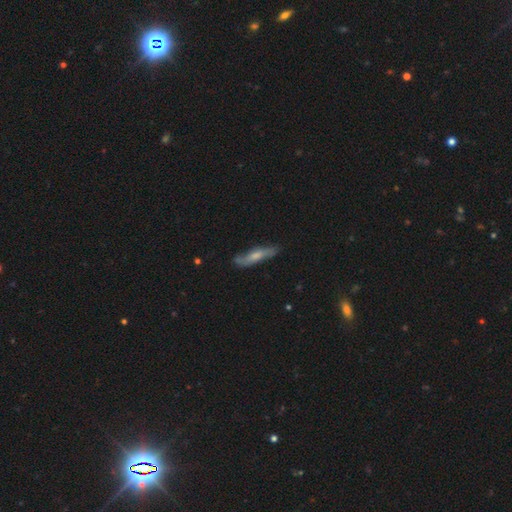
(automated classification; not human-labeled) smooth-or-featured: featured or disk: 48% | smooth: 46% | star or artifact: 6%
  merging: none: 73% | minor disturbance: 20% | major disturbance: 5% | merger: 2%